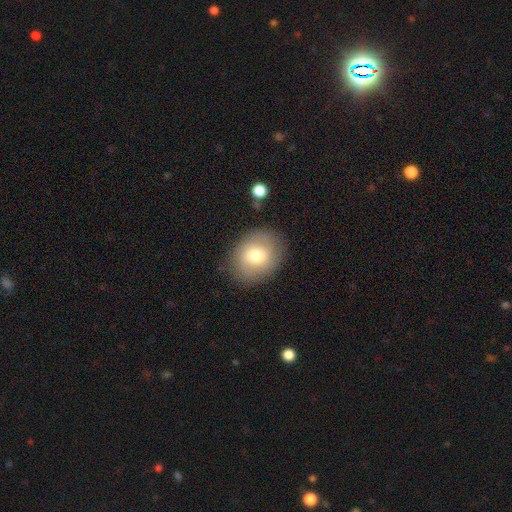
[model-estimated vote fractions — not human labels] smooth_or_featured: smooth (p=0.67) [alt: featured or disk p=0.24]
how_rounded: round (p=0.52) [alt: in between p=0.47]
merging: none (p=0.82) [alt: minor disturbance p=0.12]